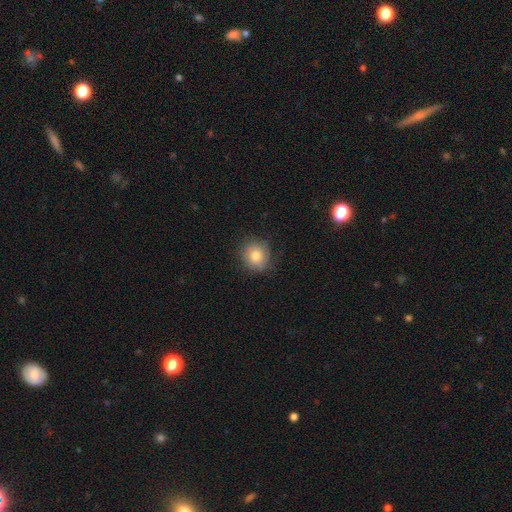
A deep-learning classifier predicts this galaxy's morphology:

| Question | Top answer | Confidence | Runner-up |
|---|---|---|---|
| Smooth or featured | smooth | 74% | featured or disk (16%) |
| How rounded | round | 89% | in between (10%) |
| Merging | none | 77% | minor disturbance (17%) |